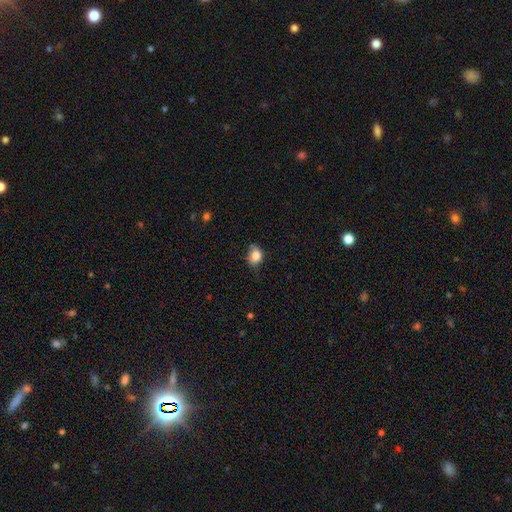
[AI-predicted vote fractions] A smooth galaxy with no disk features (81%) that is in between round and cigar-shaped (50%).

Vote fractions:
- Smooth or featured? smooth: 81% / star or artifact: 10% / featured or disk: 8%
- How rounded? in between: 50% / round: 49% / cigar-shaped: 1%
- Merging? none: 55% / minor disturbance: 34% / major disturbance: 8% / merger: 3%